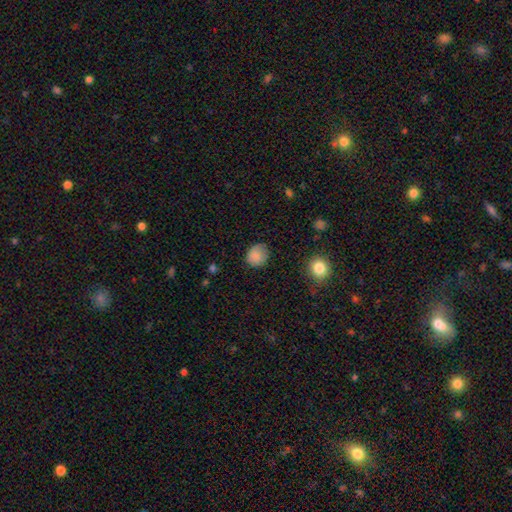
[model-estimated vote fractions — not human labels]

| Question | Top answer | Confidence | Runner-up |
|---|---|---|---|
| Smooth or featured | smooth | 86% | star or artifact (9%) |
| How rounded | round | 74% | in between (25%) |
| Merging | none | 78% | minor disturbance (17%) |